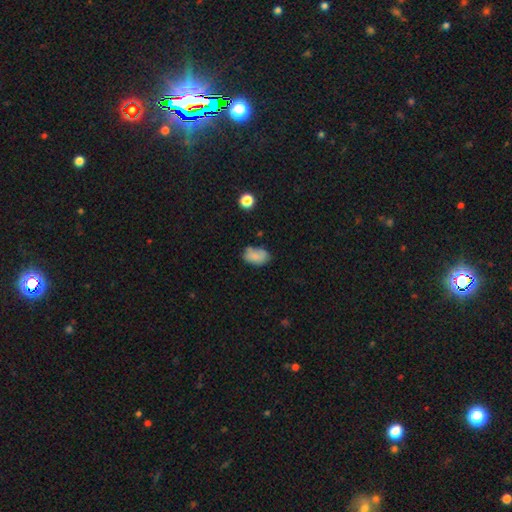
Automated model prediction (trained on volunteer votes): smooth 78%, featured or disk 12%, star or artifact 10%. Down the decision tree: how rounded — in between (86%); merging — none (60%).